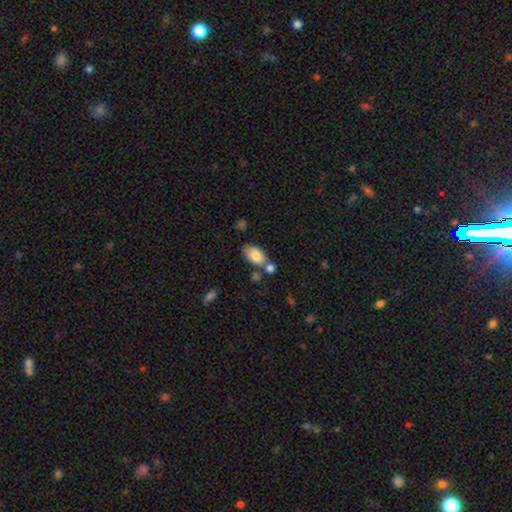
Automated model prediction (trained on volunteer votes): smooth 82%, featured or disk 11%, star or artifact 7%. Down the decision tree: how rounded — in between (93%); merging — none (58%).